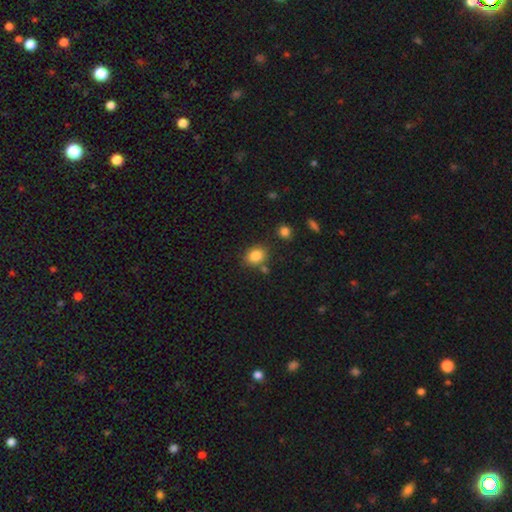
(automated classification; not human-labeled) smooth-or-featured: smooth: 84% | star or artifact: 10% | featured or disk: 6%
  how-rounded: in between: 50% | round: 49% | cigar-shaped: 1%
  merging: none: 76% | minor disturbance: 13% | merger: 8% | major disturbance: 4%